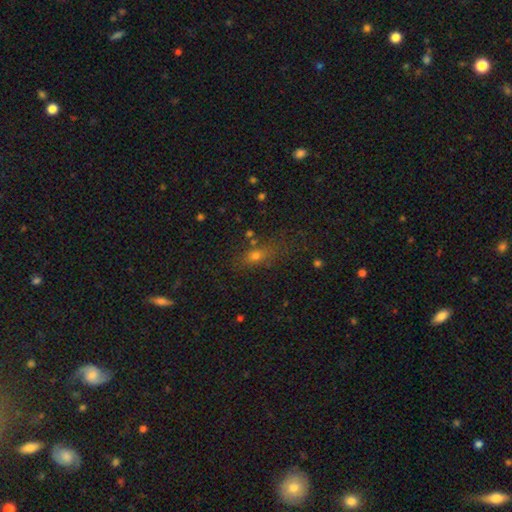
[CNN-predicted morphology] Smooth or featured: smooth — 61% (star or artifact — 23%)
How rounded: in between — 56% (cigar-shaped — 23%)
Merging: none — 66% (minor disturbance — 18%)